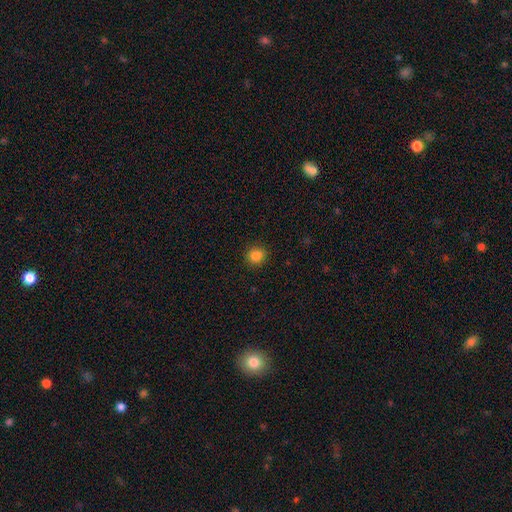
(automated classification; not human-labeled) Morphology: type=smooth (84%); roundness=round (86%); merging=none (90%).